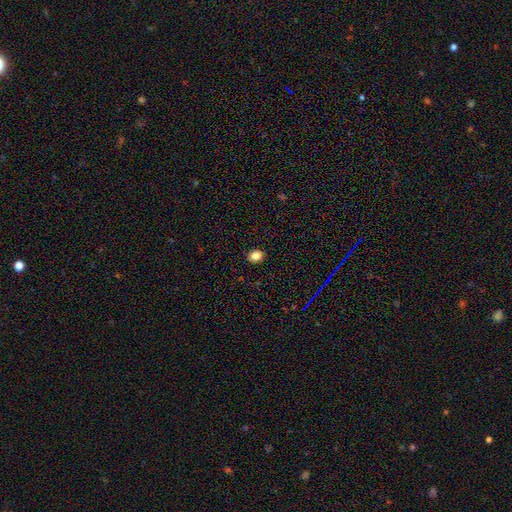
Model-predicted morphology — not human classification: Smooth or featured?
  - smooth: 83% *
  - star or artifact: 11%
  - featured or disk: 6%
How rounded?
  - in between: 53% *
  - round: 47%
  - cigar-shaped: 1%
Merging?
  - none: 90% *
  - minor disturbance: 7%
  - major disturbance: 2%
  - merger: 1%